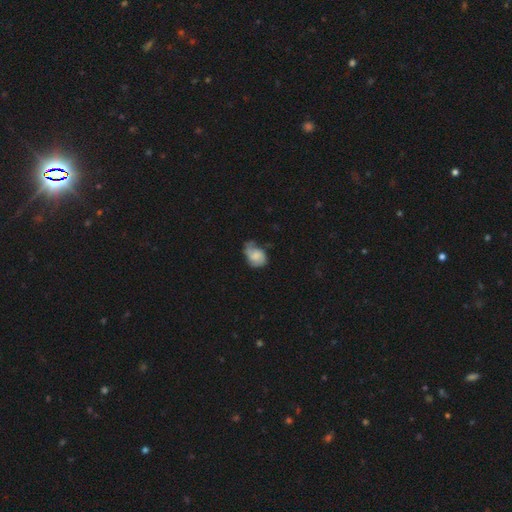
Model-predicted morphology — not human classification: This appears to be a smooth galaxy with no disk features (47%). Merging: none (41%).